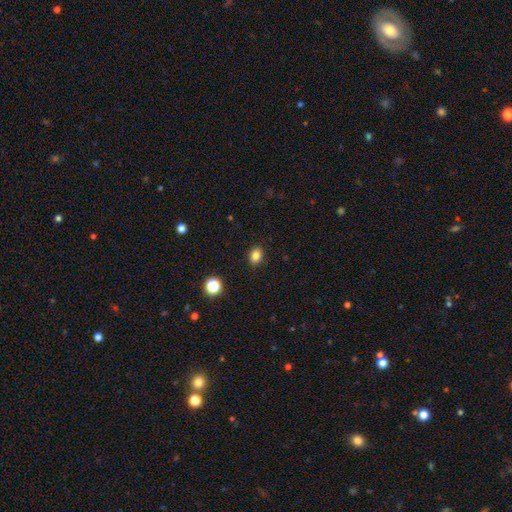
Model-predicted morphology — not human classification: Smooth or featured?
  - smooth: 83% *
  - star or artifact: 12%
  - featured or disk: 5%
How rounded?
  - in between: 61% *
  - round: 38%
  - cigar-shaped: 1%
Merging?
  - none: 89% *
  - minor disturbance: 8%
  - major disturbance: 2%
  - merger: 1%